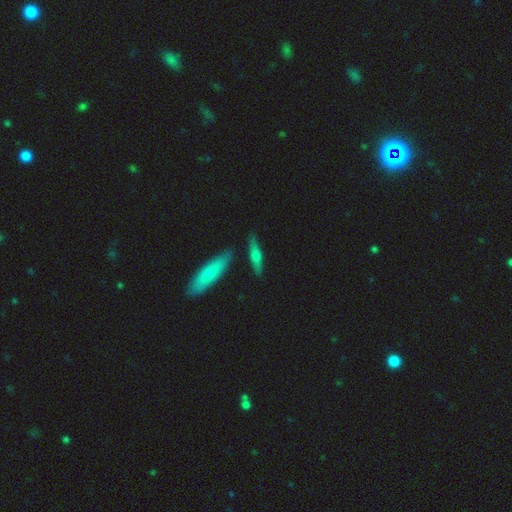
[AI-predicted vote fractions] Overall: smooth (52%; featured or disk 42%). How rounded: cigar-shaped (68%). Merging: none (81%).